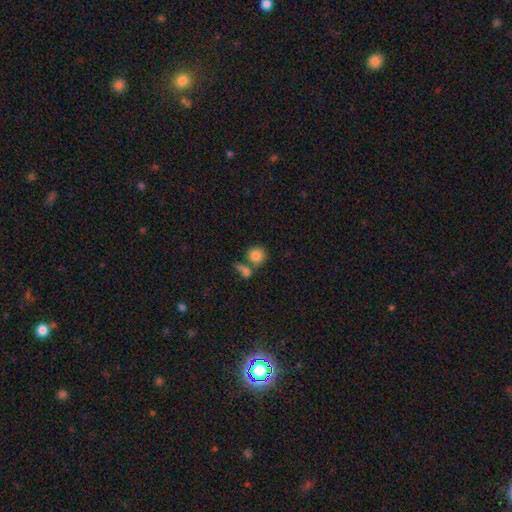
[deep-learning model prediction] A smooth galaxy with no disk features (83%) that is round (85%). Merging: none (53%).